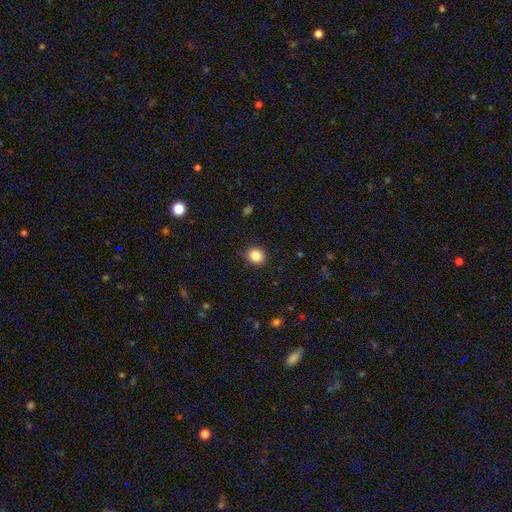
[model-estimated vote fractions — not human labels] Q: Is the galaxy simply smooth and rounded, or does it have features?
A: smooth — 85%.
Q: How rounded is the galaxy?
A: round — 81%.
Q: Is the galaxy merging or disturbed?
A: none — 91%.